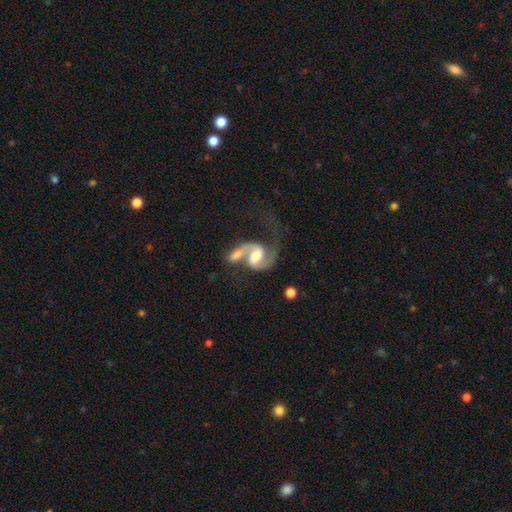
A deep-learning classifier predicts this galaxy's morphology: Smooth or featured: featured or disk — 85% (smooth — 9%)
Edge-on disk: no — 97% (yes — 3%)
Bar: weak — 46% (no — 29%)
Spiral arms: yes — 96% (no — 4%)
Spiral winding: medium — 49% (loose — 40%)
Spiral arm count: 2 — 87% (1 — 7%)
Bulge size: moderate — 54% (small — 20%)
Merging: merger — 42% (none — 29%)